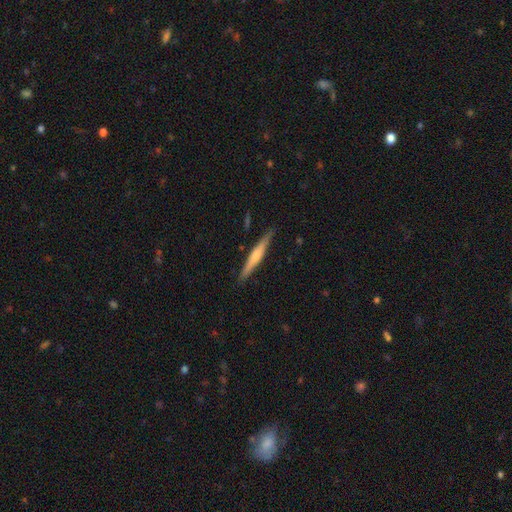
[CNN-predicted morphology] A featured or disk galaxy (52%) viewed edge-on (97%) with a rounded central bulge (62%).

Vote fractions:
- Smooth or featured? featured or disk: 52% / smooth: 42% / star or artifact: 6%
- Edge-on disk? yes: 97% / no: 3%
- Edge-on bulge? rounded: 62% / none: 25% / boxy: 12%
- Merging? none: 89% / minor disturbance: 8% / major disturbance: 2% / merger: 1%